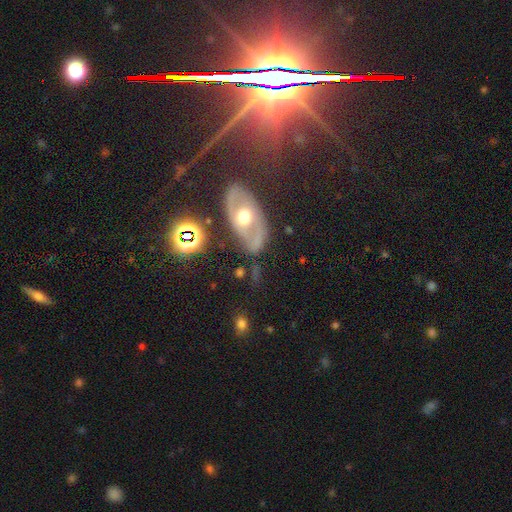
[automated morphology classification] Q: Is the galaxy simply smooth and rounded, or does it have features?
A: featured or disk — 61%.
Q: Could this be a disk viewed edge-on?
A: no — 84%.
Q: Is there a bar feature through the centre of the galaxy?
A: no — 70%.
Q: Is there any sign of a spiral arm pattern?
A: yes — 53%.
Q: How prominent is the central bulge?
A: moderate — 71%.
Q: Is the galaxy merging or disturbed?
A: none — 68%.